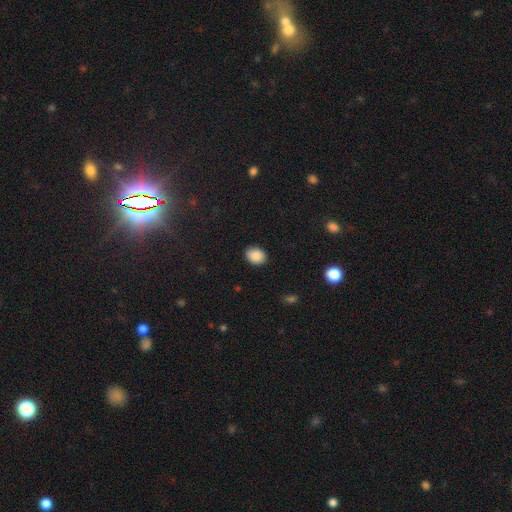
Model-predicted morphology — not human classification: Smooth or featured? Predicted: smooth (p=0.88). How rounded? Predicted: in between (p=0.59). Merging? Predicted: none (p=0.87).